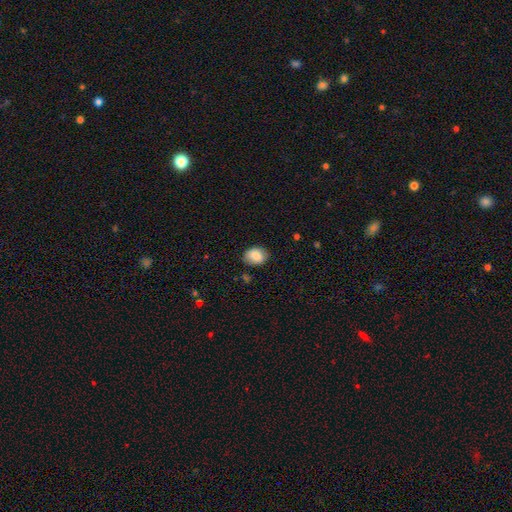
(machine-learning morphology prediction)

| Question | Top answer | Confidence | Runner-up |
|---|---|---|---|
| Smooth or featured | smooth | 83% | featured or disk (9%) |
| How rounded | in between | 64% | round (35%) |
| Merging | none | 79% | minor disturbance (16%) |